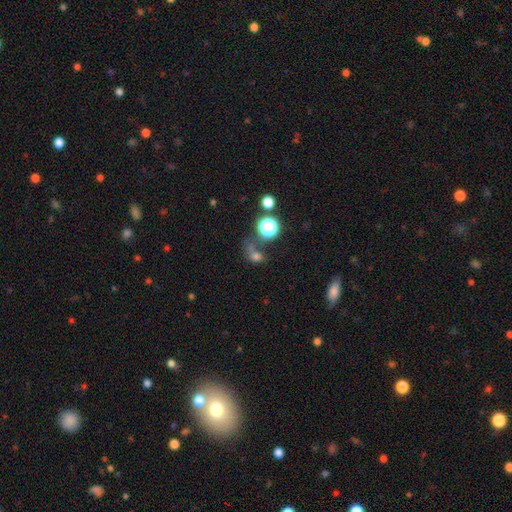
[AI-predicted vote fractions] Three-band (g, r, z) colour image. It shows a smooth galaxy with no disk features (60%) that is round (57%). Merging: none (34%).